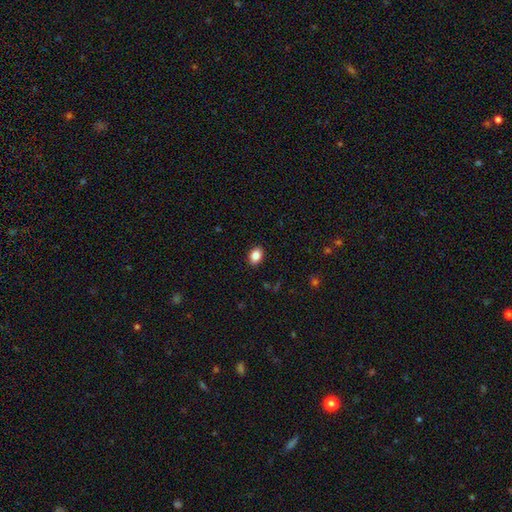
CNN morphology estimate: A smooth galaxy with no disk features (86%) that is in between round and cigar-shaped (73%).

Vote fractions:
- Smooth or featured? smooth: 86% / star or artifact: 9% / featured or disk: 5%
- How rounded? in between: 73% / round: 26% / cigar-shaped: 1%
- Merging? none: 90% / minor disturbance: 7% / major disturbance: 2% / merger: 1%